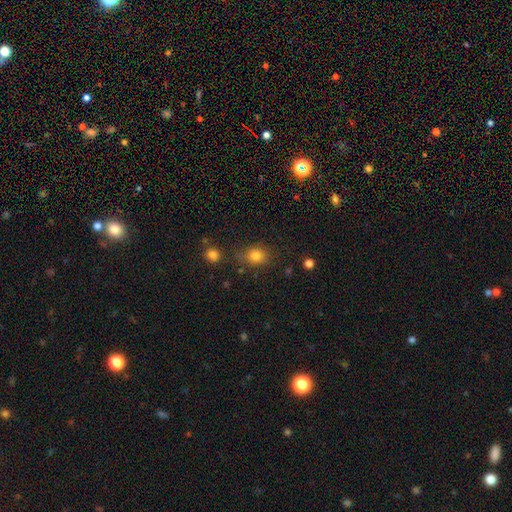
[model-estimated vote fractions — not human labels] Smooth or featured? smooth (82%)
How rounded? round (58%)
Merging? none (71%)